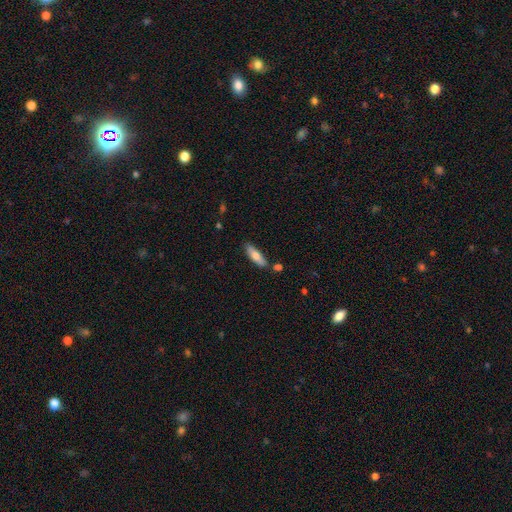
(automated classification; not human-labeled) Smooth or featured? smooth (70%)
How rounded? cigar-shaped (53%)
Merging? none (76%)